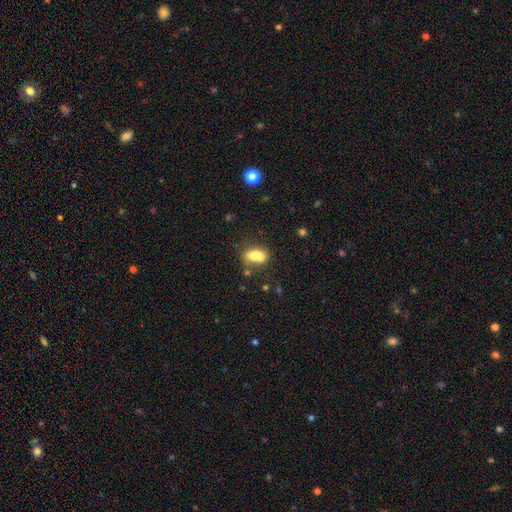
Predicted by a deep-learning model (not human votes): Smooth or featured?
  - smooth: 78% *
  - featured or disk: 12%
  - star or artifact: 9%
How rounded?
  - in between: 83% *
  - round: 9%
  - cigar-shaped: 8%
Merging?
  - none: 59% *
  - minor disturbance: 19%
  - merger: 16%
  - major disturbance: 6%